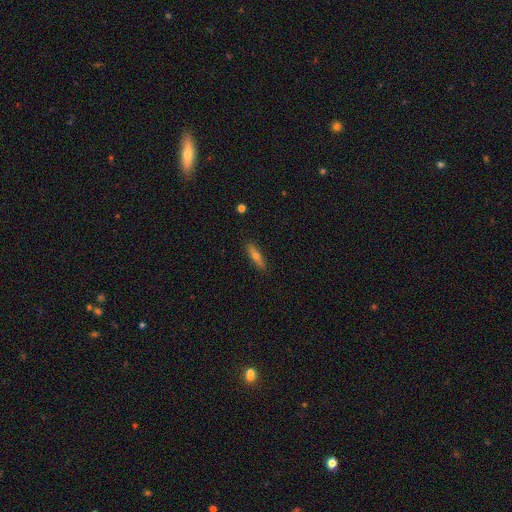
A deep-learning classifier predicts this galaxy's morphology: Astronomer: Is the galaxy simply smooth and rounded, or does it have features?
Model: smooth — 59%.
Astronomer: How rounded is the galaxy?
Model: cigar-shaped — 69%.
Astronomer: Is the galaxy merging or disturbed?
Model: none — 88%.